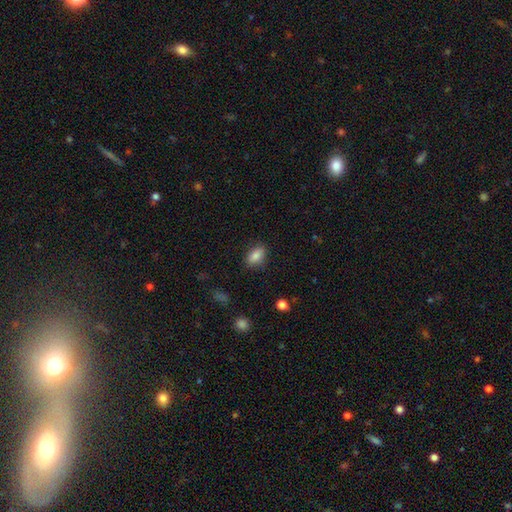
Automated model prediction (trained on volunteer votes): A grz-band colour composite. It shows a smooth galaxy with no disk features (85%) that is in between round and cigar-shaped (87%). Merging: none (83%).